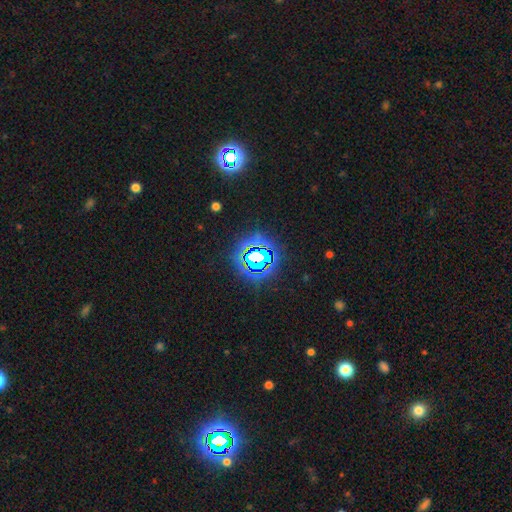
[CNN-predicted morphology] Smooth or featured? star or artifact (74%)